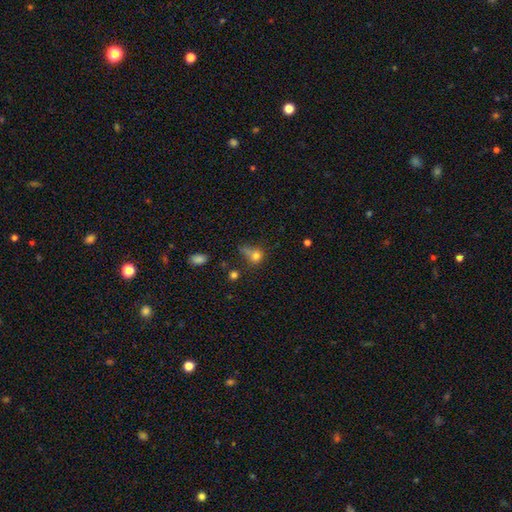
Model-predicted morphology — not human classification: Smooth or featured? smooth (73%)
How rounded? round (63%)
Merging? none (34%)